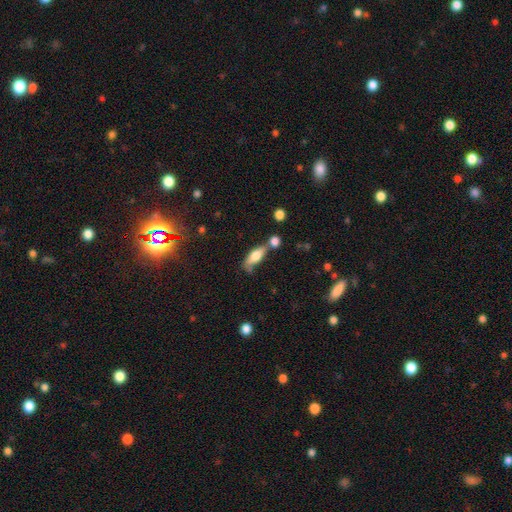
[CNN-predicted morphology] Q: Smooth or featured?
A: smooth (71%); runner-up: featured or disk (22%)
Q: How rounded?
A: in between (67%); runner-up: cigar-shaped (30%)
Q: Merging?
A: none (47%); runner-up: merger (23%)